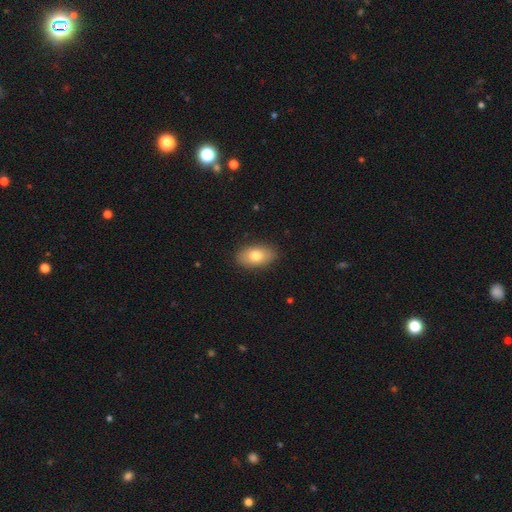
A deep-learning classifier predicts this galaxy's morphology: smooth-or-featured: smooth: 77% | featured or disk: 16% | star or artifact: 8%
  how-rounded: in between: 91% | round: 7% | cigar-shaped: 2%
  merging: none: 87% | minor disturbance: 10% | major disturbance: 2% | merger: 1%